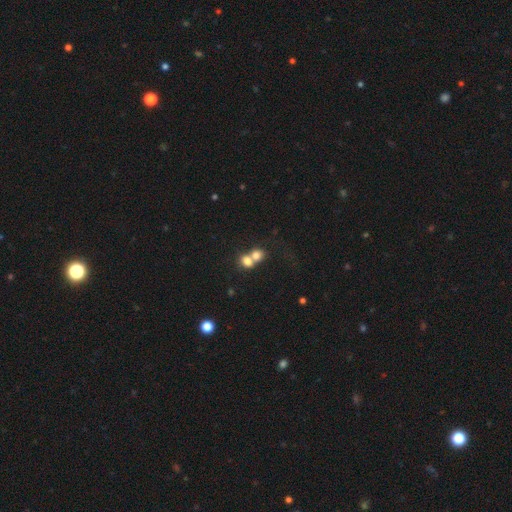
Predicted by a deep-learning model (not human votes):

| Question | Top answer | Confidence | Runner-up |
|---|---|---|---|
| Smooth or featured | smooth | 73% | featured or disk (16%) |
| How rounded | round | 61% | in between (38%) |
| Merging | merger | 67% | none (24%) |